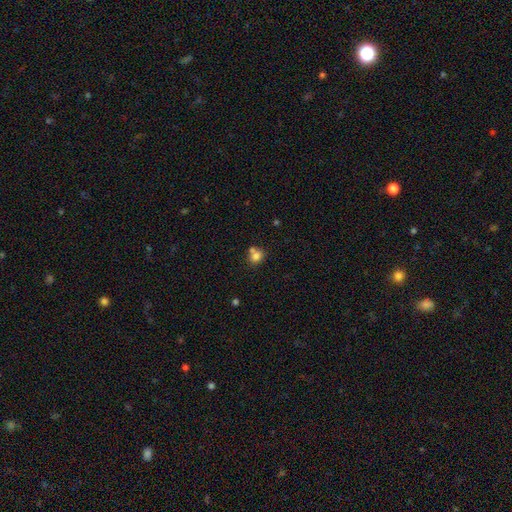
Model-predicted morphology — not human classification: Smooth or featured?
  - smooth: 78% *
  - star or artifact: 12%
  - featured or disk: 10%
How rounded?
  - round: 63% *
  - in between: 36%
  - cigar-shaped: 1%
Merging?
  - none: 49% *
  - merger: 37%
  - minor disturbance: 11%
  - major disturbance: 4%